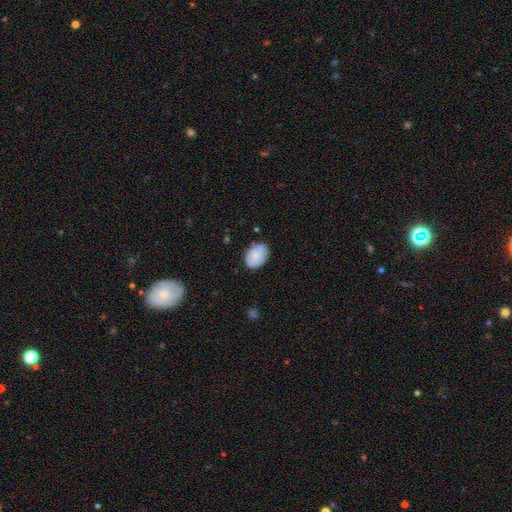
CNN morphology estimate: Overall: smooth (78%). How rounded: in between (79%). Merging: none (76%).